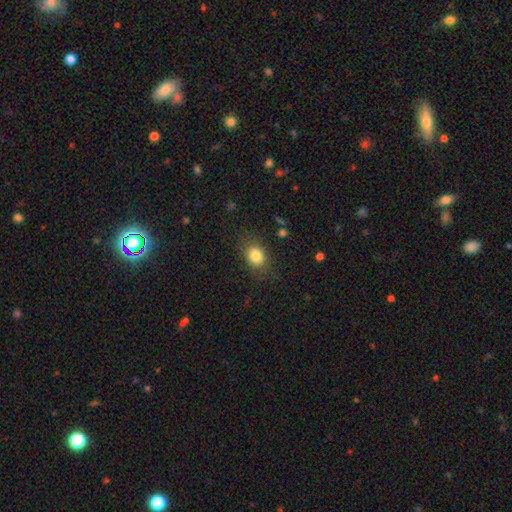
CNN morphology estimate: A smooth galaxy with no disk features (83%) that is in between round and cigar-shaped (65%). Merging: none (80%).